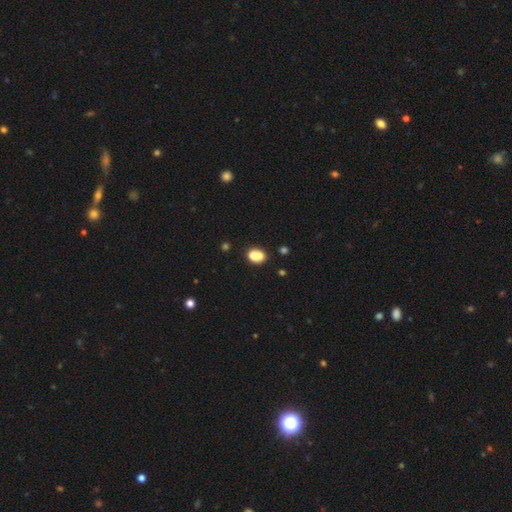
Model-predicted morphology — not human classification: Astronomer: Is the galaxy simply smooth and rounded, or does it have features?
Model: smooth — 74%.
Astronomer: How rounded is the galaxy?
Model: in between — 50% (runner-up: round, 49%).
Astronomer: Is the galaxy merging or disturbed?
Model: merger — 50% (runner-up: none, 35%).